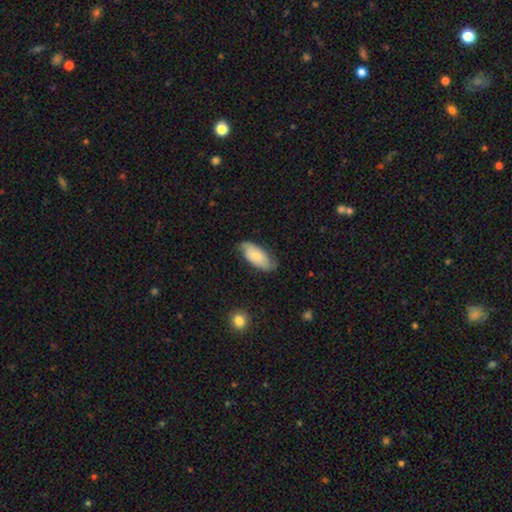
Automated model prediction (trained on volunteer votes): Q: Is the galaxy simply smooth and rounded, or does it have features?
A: smooth — 63%.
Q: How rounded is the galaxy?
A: in between — 89%.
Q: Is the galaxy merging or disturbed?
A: none — 68%.